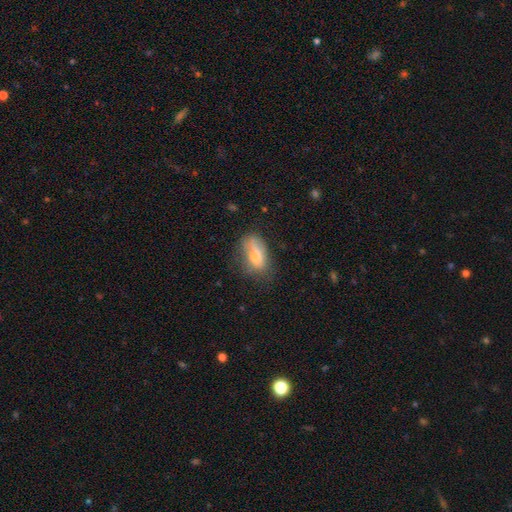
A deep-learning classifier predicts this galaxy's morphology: This is likely a smooth galaxy (71%). How rounded: clearly in between (87%). Merging: marginally none (44%).